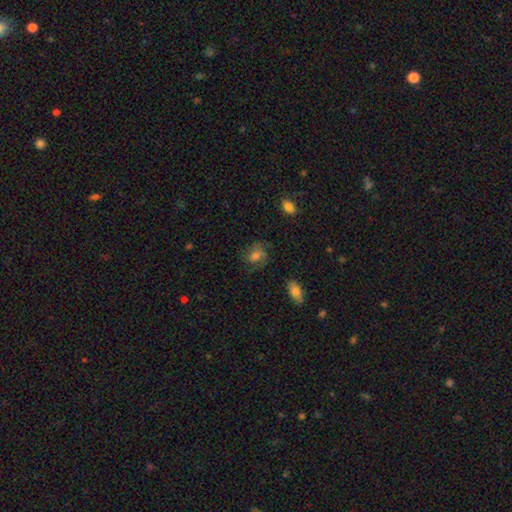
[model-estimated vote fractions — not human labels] Q: Smooth or featured?
A: featured or disk (44%); tied with: smooth (44%)
Q: Merging?
A: none (68%); runner-up: minor disturbance (20%)